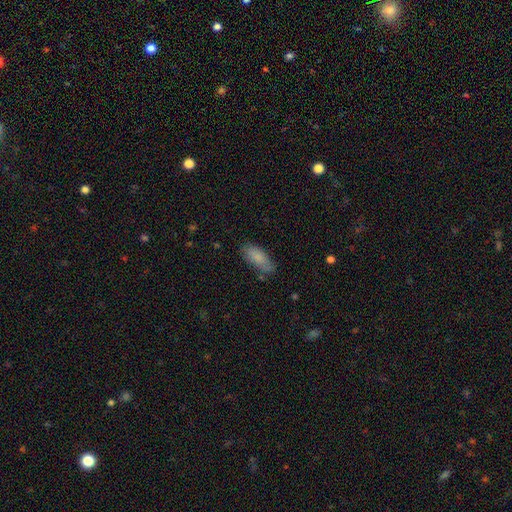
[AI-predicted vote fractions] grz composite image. It shows a smooth galaxy with no disk features (72%) that is in between round and cigar-shaped (74%). Merging: none (73%).